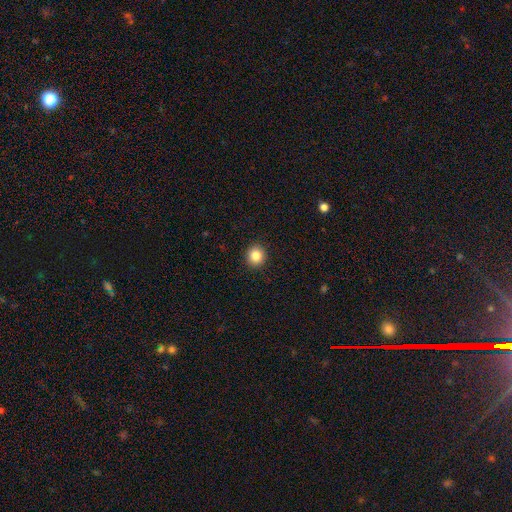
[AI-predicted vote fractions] This appears to be a smooth galaxy with no disk features (86%) that is round (88%). Merging: none (92%).